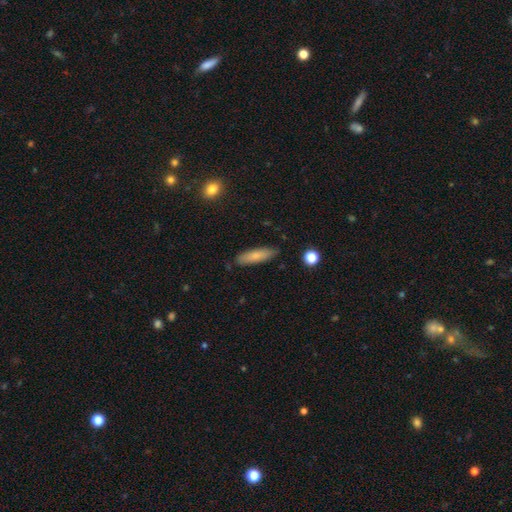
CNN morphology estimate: Q: Smooth or featured?
A: smooth (77%); runner-up: featured or disk (16%)
Q: How rounded?
A: cigar-shaped (64%); runner-up: in between (34%)
Q: Merging?
A: none (84%); runner-up: minor disturbance (12%)